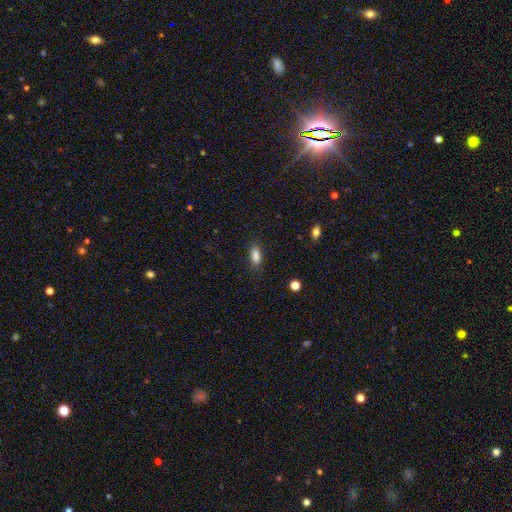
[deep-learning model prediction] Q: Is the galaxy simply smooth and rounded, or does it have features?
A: smooth — 86%.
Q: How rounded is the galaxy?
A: in between — 77%.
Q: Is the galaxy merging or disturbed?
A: none — 84%.